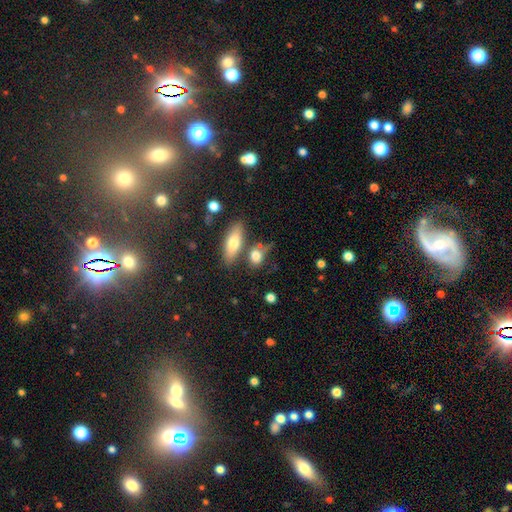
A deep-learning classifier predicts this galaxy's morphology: Smooth or featured?
  - smooth: 76% *
  - featured or disk: 15%
  - star or artifact: 9%
How rounded?
  - in between: 59% *
  - round: 28%
  - cigar-shaped: 13%
Merging?
  - none: 56% *
  - merger: 22%
  - minor disturbance: 16%
  - major disturbance: 7%